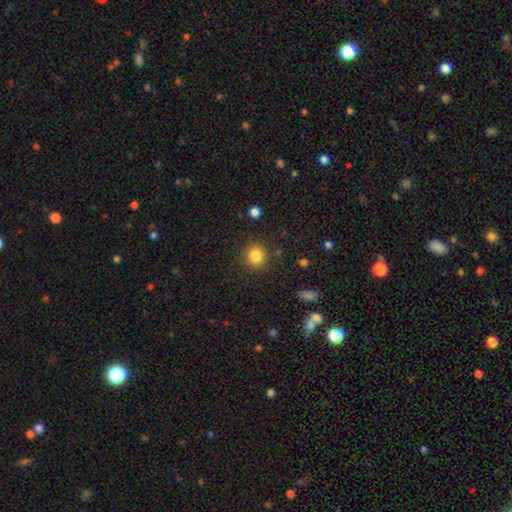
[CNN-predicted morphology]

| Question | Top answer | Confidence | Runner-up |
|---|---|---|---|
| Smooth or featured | smooth | 84% | star or artifact (11%) |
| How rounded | round | 91% | in between (8%) |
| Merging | none | 89% | minor disturbance (7%) |